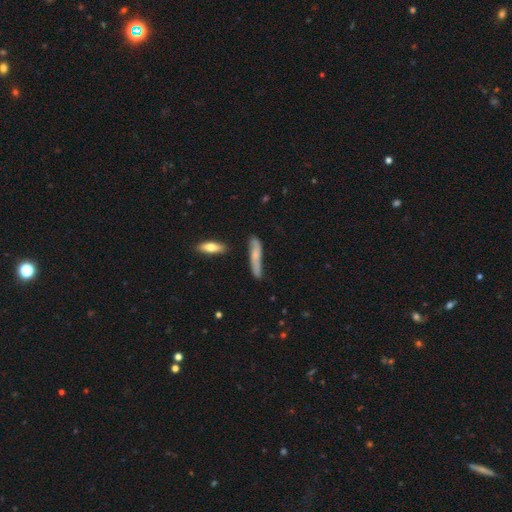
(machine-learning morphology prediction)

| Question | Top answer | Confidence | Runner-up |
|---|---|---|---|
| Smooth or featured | smooth | 58% | featured or disk (34%) |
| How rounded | cigar-shaped | 85% | in between (13%) |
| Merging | none | 62% | minor disturbance (26%) |